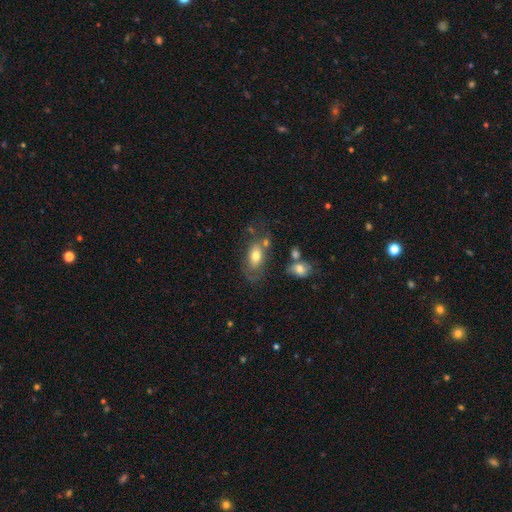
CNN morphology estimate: Smooth or featured? smooth (70%)
How rounded? in between (88%)
Merging? none (53%)